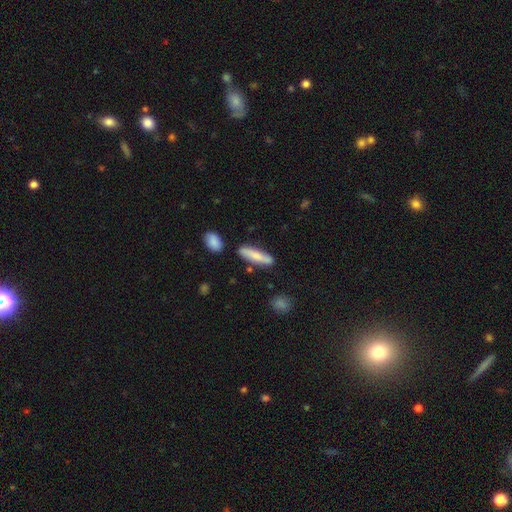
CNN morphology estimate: type=smooth (73%); roundness=cigar-shaped (78%); merging=none (79%).